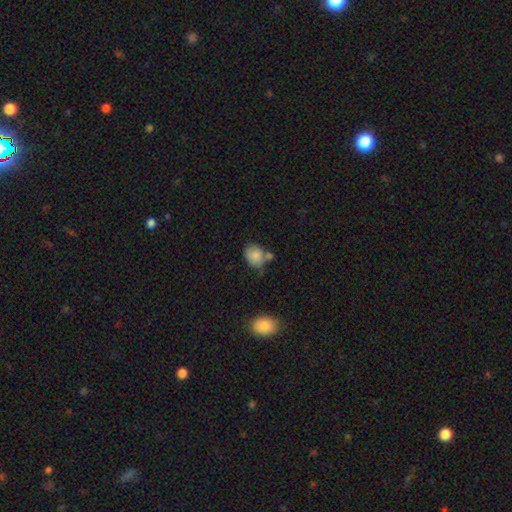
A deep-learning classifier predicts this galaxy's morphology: Smooth or featured? smooth (82%)
How rounded? in between (55%)
Merging? none (53%)